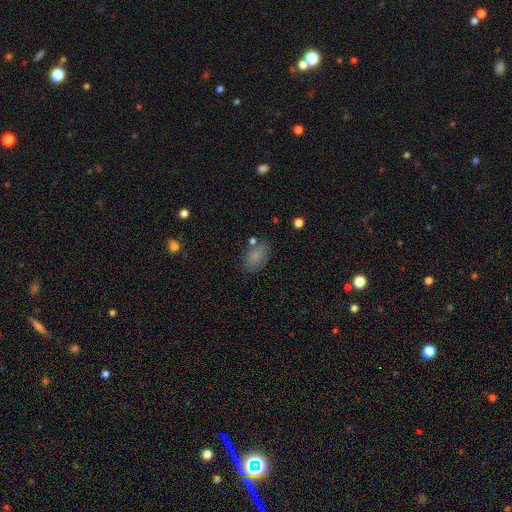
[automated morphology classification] This is likely a smooth galaxy (80%). How rounded: clearly in between (88%). Merging: likely none (73%).